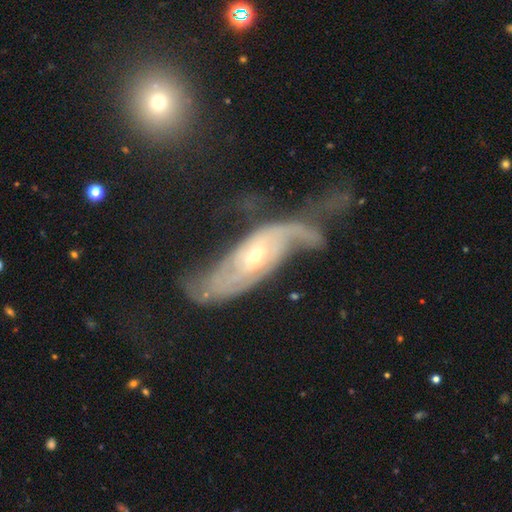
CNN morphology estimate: Smooth or featured: featured or disk — 80% (smooth — 13%)
Edge-on disk: no — 88% (yes — 12%)
Bar: no — 67% (weak — 24%)
Spiral arms: yes — 86% (no — 14%)
Spiral winding: loose — 40% (medium — 33%)
Spiral arm count: 2 — 61% (can't tell — 24%)
Bulge size: small — 66% (moderate — 31%)
Merging: major disturbance — 43% (none — 29%)